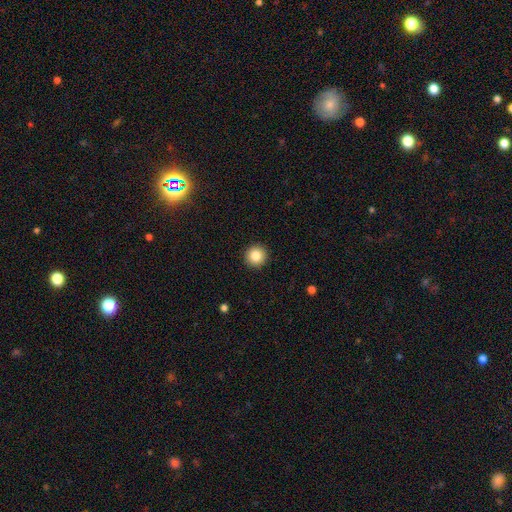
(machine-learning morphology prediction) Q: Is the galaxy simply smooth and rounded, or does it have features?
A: smooth — 84%.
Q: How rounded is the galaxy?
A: round — 95%.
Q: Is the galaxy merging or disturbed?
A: none — 93%.